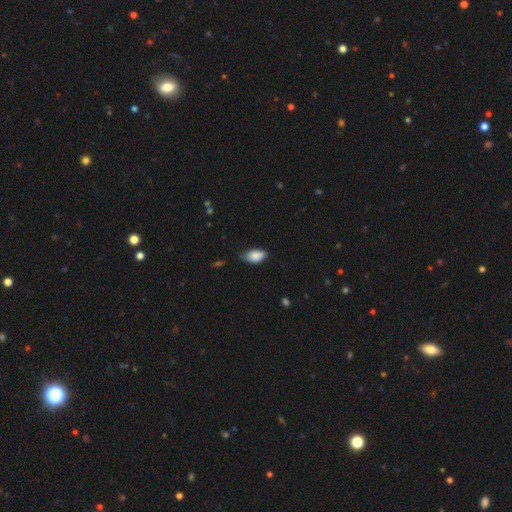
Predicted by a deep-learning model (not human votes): This appears to be a smooth galaxy with no disk features (87%) that is in between round and cigar-shaped (93%). Merging: none (61%).